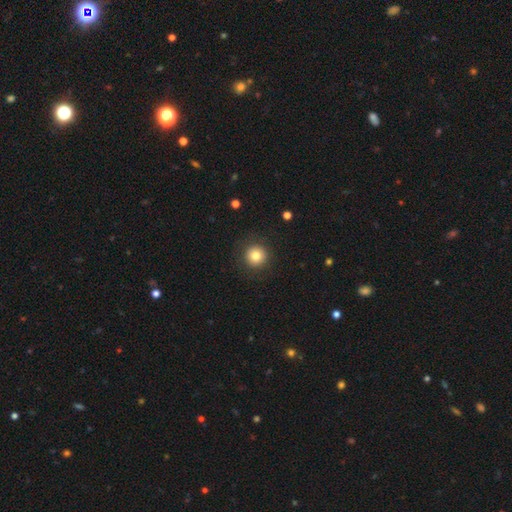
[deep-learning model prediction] Smooth or featured? smooth (81%)
How rounded? round (95%)
Merging? none (90%)